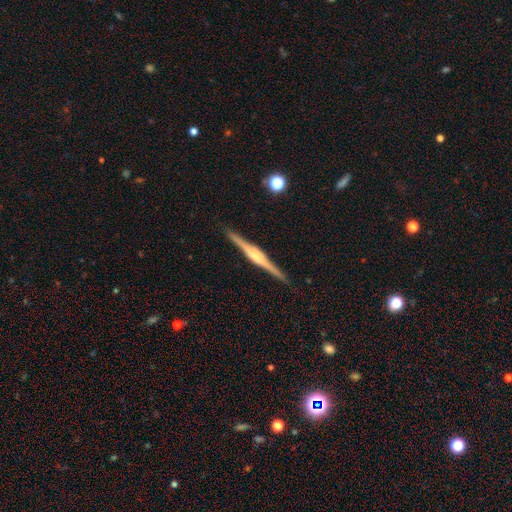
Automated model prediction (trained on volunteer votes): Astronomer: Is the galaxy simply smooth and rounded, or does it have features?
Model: featured or disk — 84%.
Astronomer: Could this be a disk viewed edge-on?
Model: yes — 99%.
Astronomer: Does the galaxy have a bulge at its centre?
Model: rounded — 70%.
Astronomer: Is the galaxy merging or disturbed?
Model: none — 92%.